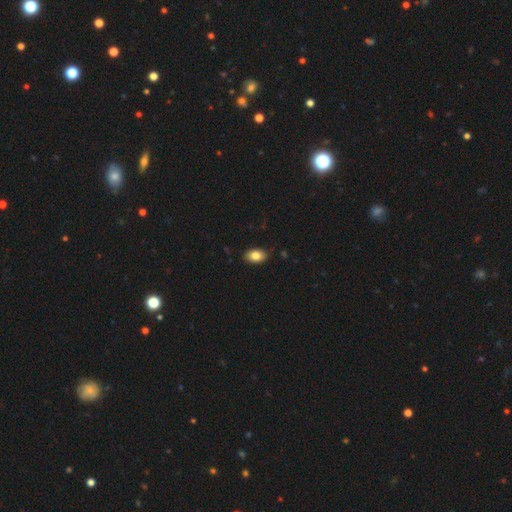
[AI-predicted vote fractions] A smooth galaxy with no disk features (85%) that is in between round and cigar-shaped (88%).

Vote fractions:
- Smooth or featured? smooth: 85% / star or artifact: 8% / featured or disk: 8%
- How rounded? in between: 88% / round: 11% / cigar-shaped: 1%
- Merging? none: 88% / minor disturbance: 9% / major disturbance: 2% / merger: 1%